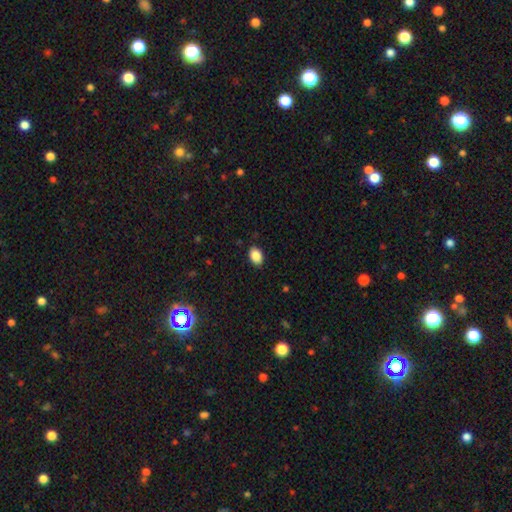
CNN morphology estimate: type=smooth (88%); roundness=in between (86%); merging=none (87%).